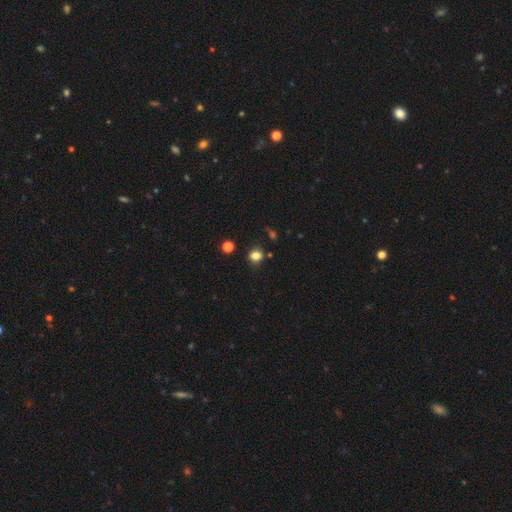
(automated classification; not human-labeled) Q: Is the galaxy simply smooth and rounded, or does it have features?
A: smooth — 80%.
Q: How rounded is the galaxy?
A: round — 65%.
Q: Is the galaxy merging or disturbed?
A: none — 76%.